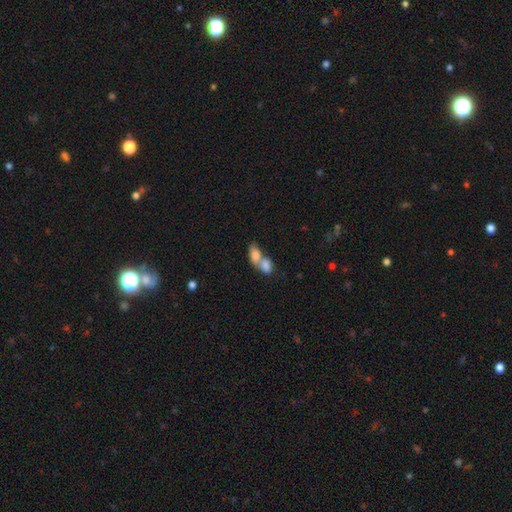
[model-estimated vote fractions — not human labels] The model was most divided on "merging": merger: 77%, none: 14%, minor disturbance: 5%, major disturbance: 4%. More confident: how rounded — in between (84%); smooth or featured — smooth (78%).